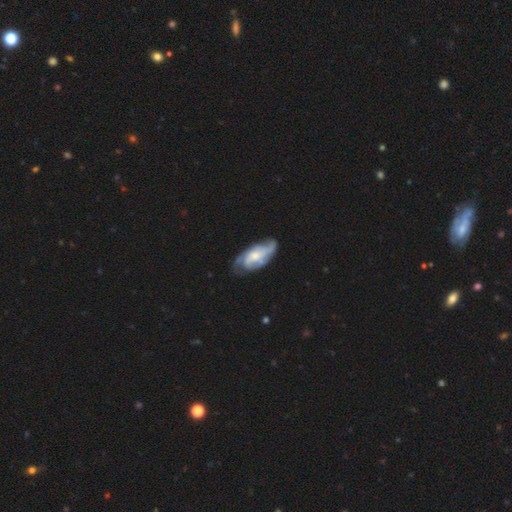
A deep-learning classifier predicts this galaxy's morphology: A featured or disk galaxy (75%) with no bar (68%), 3 (29%) medium (43%) spiral arms (91%) and a small central bulge (46%). Merging: none (59%).